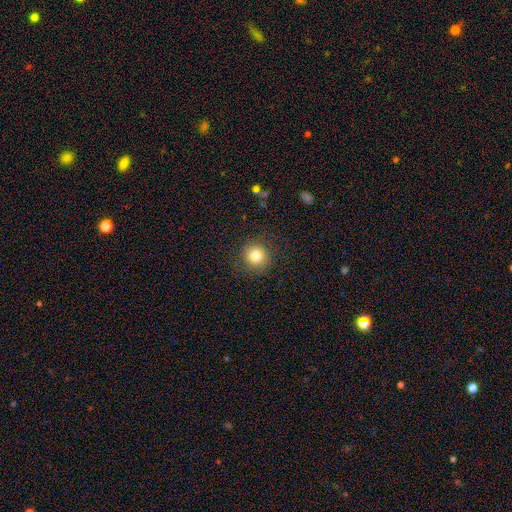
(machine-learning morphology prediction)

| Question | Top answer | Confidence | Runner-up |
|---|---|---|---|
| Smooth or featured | smooth | 81% | star or artifact (12%) |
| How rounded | round | 92% | in between (7%) |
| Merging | none | 88% | minor disturbance (8%) |